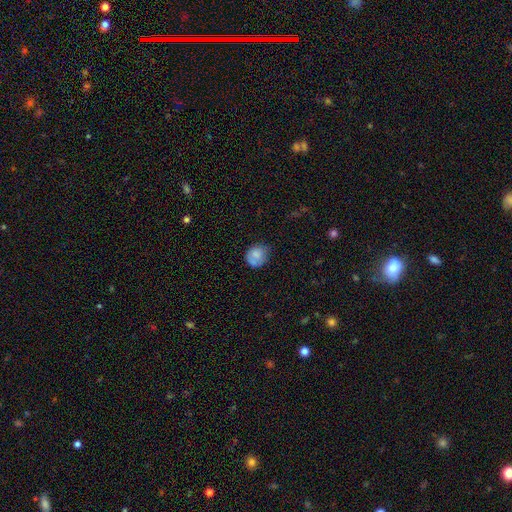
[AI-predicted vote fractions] Smooth or featured? Predicted: smooth (p=0.75). How rounded? Predicted: round (p=0.74). Merging? Predicted: none (p=0.53).